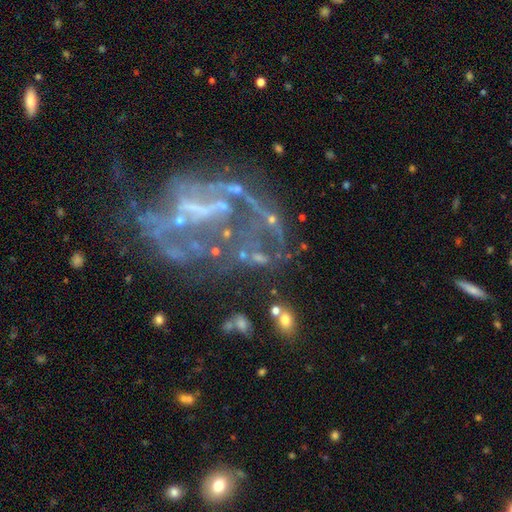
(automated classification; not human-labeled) Smooth or featured? Predicted: featured or disk (p=0.64). Edge-on disk? Predicted: no (p=0.96). Bar? Predicted: no (p=0.50). Spiral arms? Predicted: no (p=0.57). Bulge size? Predicted: none (p=0.61). Merging? Predicted: none (p=0.42).